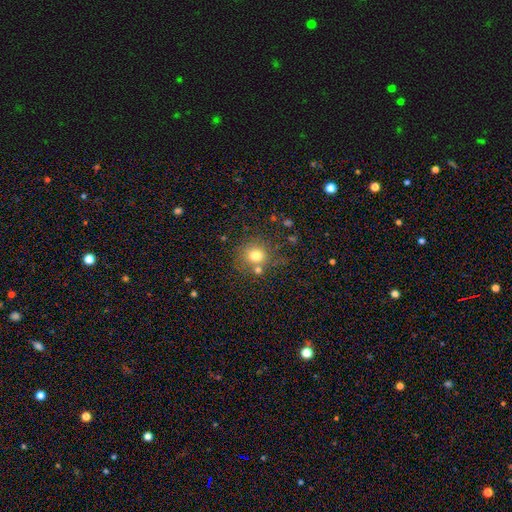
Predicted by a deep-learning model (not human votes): Morphology: type=smooth (75%); roundness=round (87%); merging=none (69%).